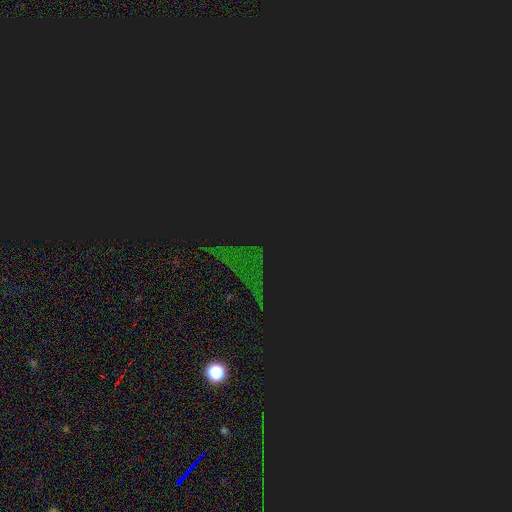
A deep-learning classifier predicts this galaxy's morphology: Smooth or featured?
  - star or artifact: 84% *
  - smooth: 10%
  - featured or disk: 7%